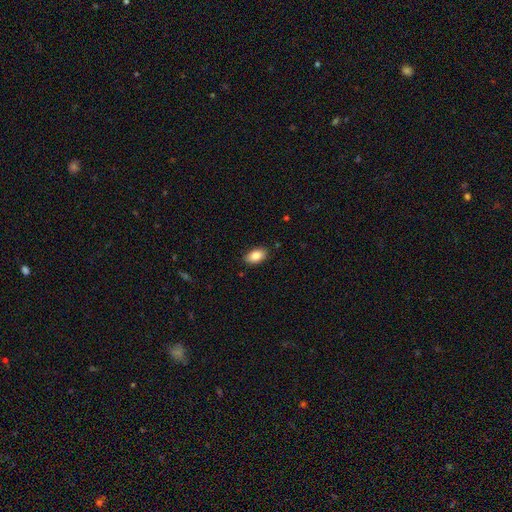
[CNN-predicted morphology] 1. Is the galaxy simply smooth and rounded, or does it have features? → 86% smooth, 7% star or artifact, 7% featured or disk.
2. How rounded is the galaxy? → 92% in between, 6% round, 2% cigar-shaped.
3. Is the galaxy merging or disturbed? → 88% none, 9% minor disturbance, 2% major disturbance, 1% merger.